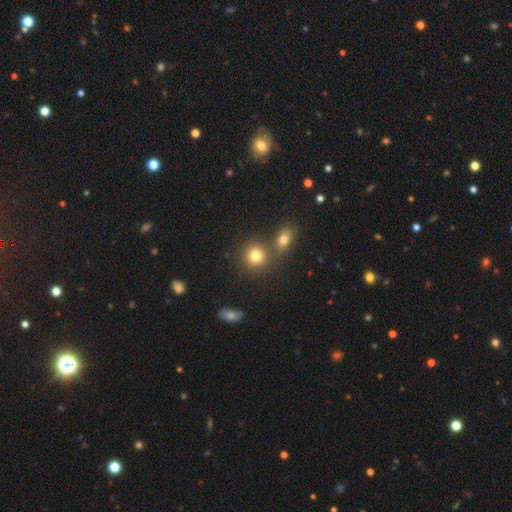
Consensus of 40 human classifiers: Smooth or featured? 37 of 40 (92%) said smooth. How rounded? 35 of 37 (95%) said round. Merging? 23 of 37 (62%) said none.